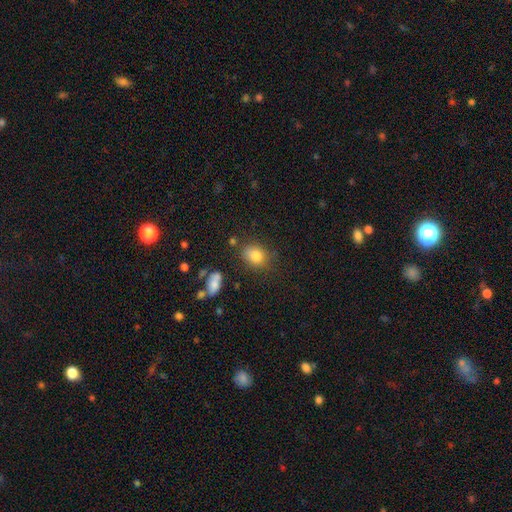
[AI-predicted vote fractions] This appears to be a smooth galaxy with no disk features (81%) that is in between round and cigar-shaped (59%). Merging: none (73%).